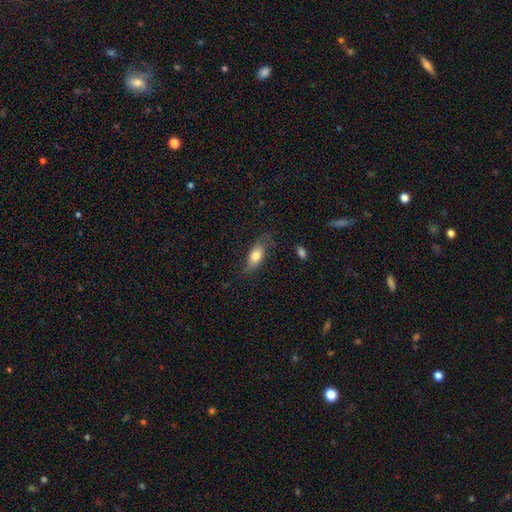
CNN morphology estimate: A smooth galaxy with no disk features (77%) that is in between round and cigar-shaped (81%). Merging: none (69%).